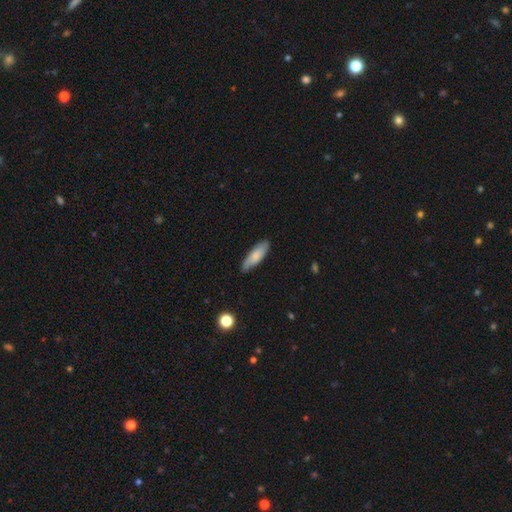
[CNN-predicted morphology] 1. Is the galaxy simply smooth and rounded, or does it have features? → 73% smooth, 21% featured or disk, 6% star or artifact.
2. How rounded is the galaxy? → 56% in between, 42% cigar-shaped, 2% round.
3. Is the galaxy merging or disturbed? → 80% none, 17% minor disturbance, 3% major disturbance, 1% merger.